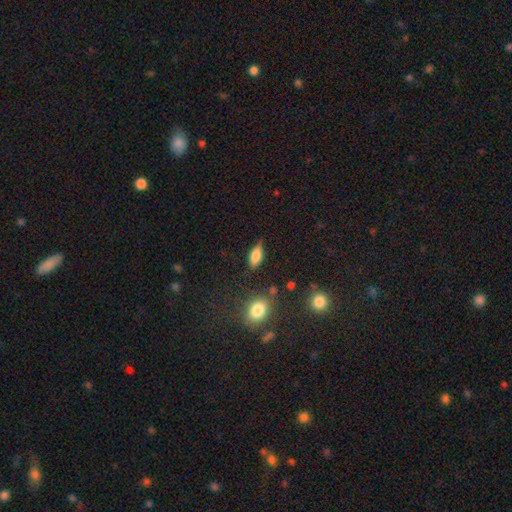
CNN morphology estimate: The model was most divided on "merging": none: 74%, minor disturbance: 19%, major disturbance: 4%, merger: 3%. More confident: how rounded — in between (84%); smooth or featured — smooth (81%).